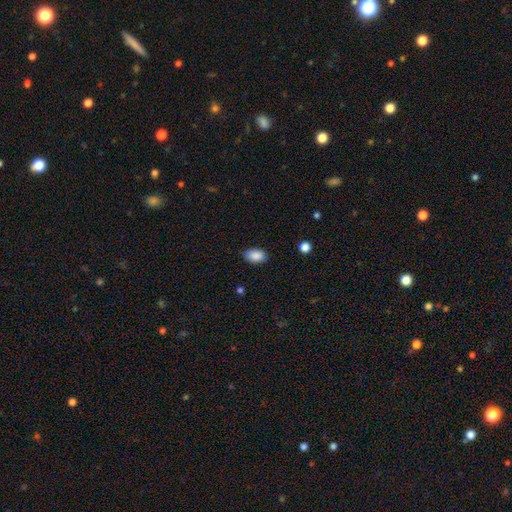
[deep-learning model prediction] Q: Smooth or featured?
A: smooth (89%); runner-up: star or artifact (8%)
Q: How rounded?
A: in between (87%); runner-up: round (12%)
Q: Merging?
A: none (84%); runner-up: minor disturbance (12%)